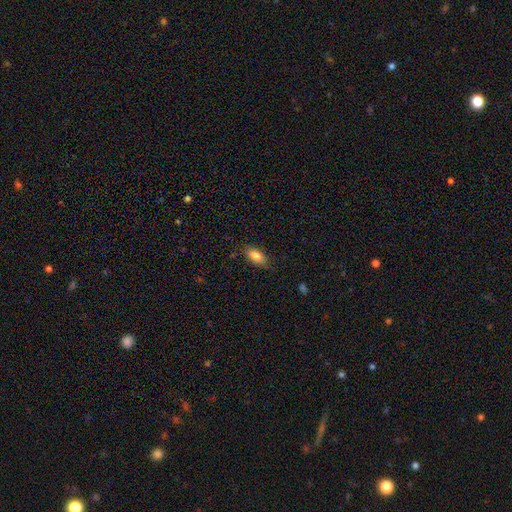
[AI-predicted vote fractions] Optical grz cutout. It shows a smooth galaxy with no disk features (82%) that is in between round and cigar-shaped (87%). Merging: none (77%).